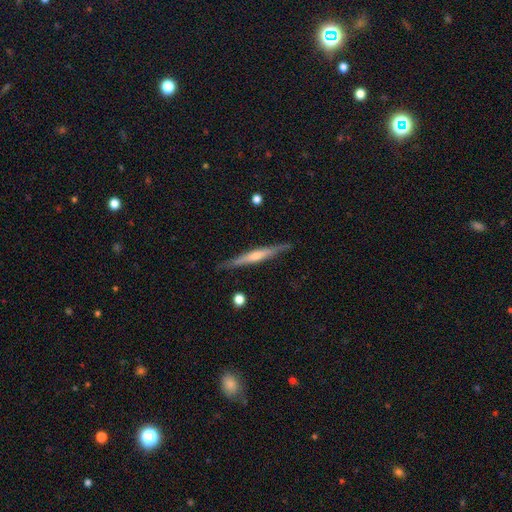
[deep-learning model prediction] A featured or disk galaxy (65%) viewed edge-on (96%) with a rounded central bulge (63%).

Vote fractions:
- Smooth or featured? featured or disk: 65% / smooth: 30% / star or artifact: 6%
- Edge-on disk? yes: 96% / no: 4%
- Edge-on bulge? rounded: 63% / none: 28% / boxy: 9%
- Merging? none: 86% / minor disturbance: 10% / major disturbance: 2% / merger: 1%